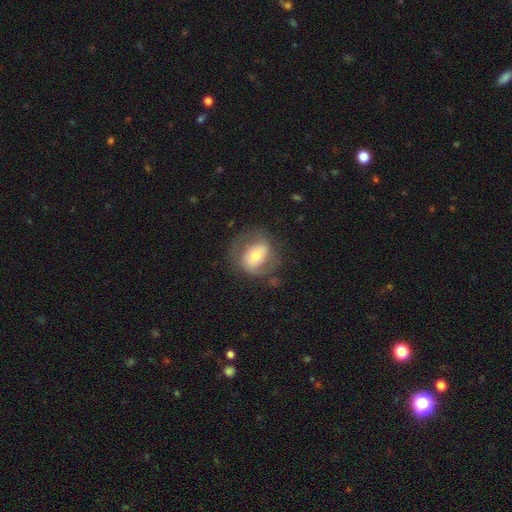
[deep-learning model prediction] Smooth or featured: featured or disk — 51% (smooth — 42%)
Edge-on disk: no — 95% (yes — 5%)
Merging: none — 61% (minor disturbance — 21%)